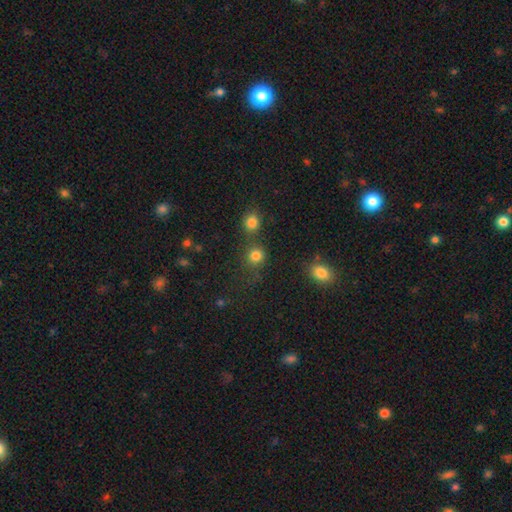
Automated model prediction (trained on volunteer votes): A smooth galaxy with no disk features (81%) that is round (86%).

Vote fractions:
- Smooth or featured? smooth: 81% / star or artifact: 14% / featured or disk: 5%
- How rounded? round: 86% / in between: 12% / cigar-shaped: 1%
- Merging? none: 65% / merger: 21% / minor disturbance: 9% / major disturbance: 5%